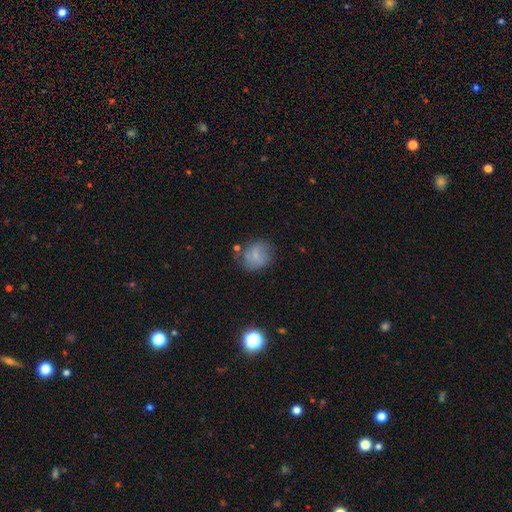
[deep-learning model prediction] smooth 60%, featured or disk 30%, star or artifact 10%. Down the decision tree: how rounded — round (70%); merging — none (60%).